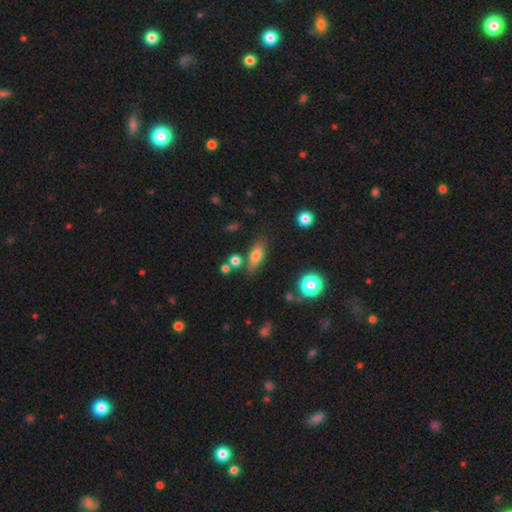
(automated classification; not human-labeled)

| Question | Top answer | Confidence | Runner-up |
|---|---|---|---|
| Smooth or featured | smooth | 73% | featured or disk (18%) |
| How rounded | in between | 73% | cigar-shaped (21%) |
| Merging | none | 72% | minor disturbance (15%) |